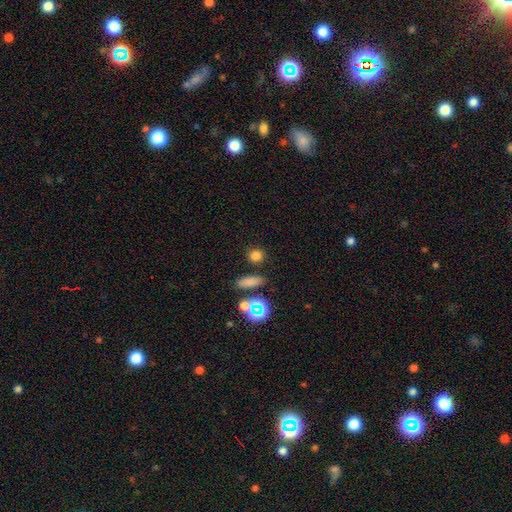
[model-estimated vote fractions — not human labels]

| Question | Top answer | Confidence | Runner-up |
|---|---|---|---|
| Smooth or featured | smooth | 78% | star or artifact (15%) |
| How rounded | round | 76% | in between (20%) |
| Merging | none | 82% | minor disturbance (8%) |